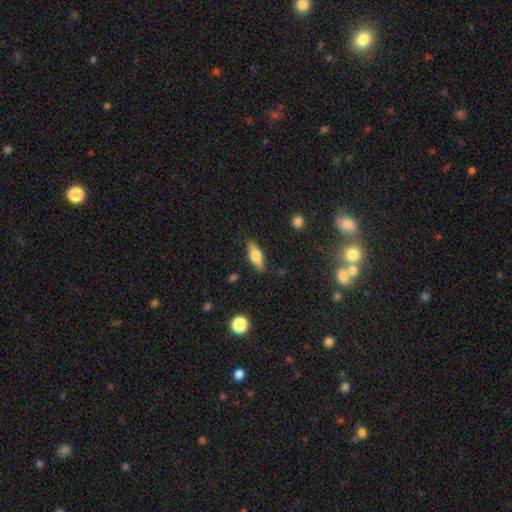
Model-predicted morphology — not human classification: smooth-or-featured: smooth: 55% | featured or disk: 38% | star or artifact: 7%
  how-rounded: in between: 53% | cigar-shaped: 44% | round: 3%
  merging: none: 85% | minor disturbance: 11% | major disturbance: 3% | merger: 1%